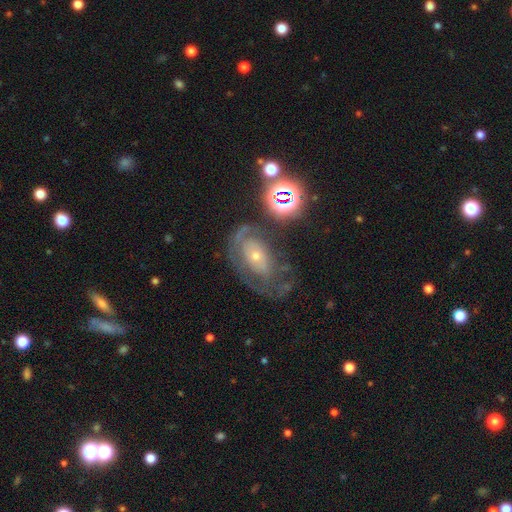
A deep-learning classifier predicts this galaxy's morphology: Q: Smooth or featured?
A: featured or disk (68%); runner-up: smooth (18%)
Q: Edge-on disk?
A: no (94%); runner-up: yes (6%)
Q: Bar?
A: no (78%); runner-up: weak (16%)
Q: Spiral arms?
A: yes (69%); runner-up: no (31%)
Q: Bulge size?
A: small (65%); runner-up: moderate (30%)
Q: Merging?
A: none (48%); runner-up: major disturbance (24%)